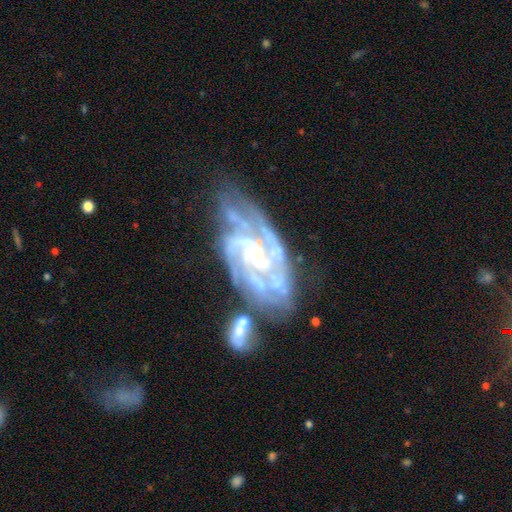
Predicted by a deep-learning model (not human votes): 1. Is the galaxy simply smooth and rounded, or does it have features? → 89% featured or disk, 6% star or artifact, 6% smooth.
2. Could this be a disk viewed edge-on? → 96% no, 4% yes.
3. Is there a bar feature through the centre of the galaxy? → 44% no, 39% weak, 16% strong.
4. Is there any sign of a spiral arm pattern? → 95% yes, 5% no.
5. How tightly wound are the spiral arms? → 56% tight, 36% medium, 8% loose.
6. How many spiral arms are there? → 26% 3 (tied), 26% can't tell (tied), 18% 2, 18% 4, 7% more than 4, 6% 1.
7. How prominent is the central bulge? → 59% small, 27% moderate, 10% none, 3% large, 1% dominant.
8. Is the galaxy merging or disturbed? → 45% none, 24% minor disturbance, 17% major disturbance, 14% merger.